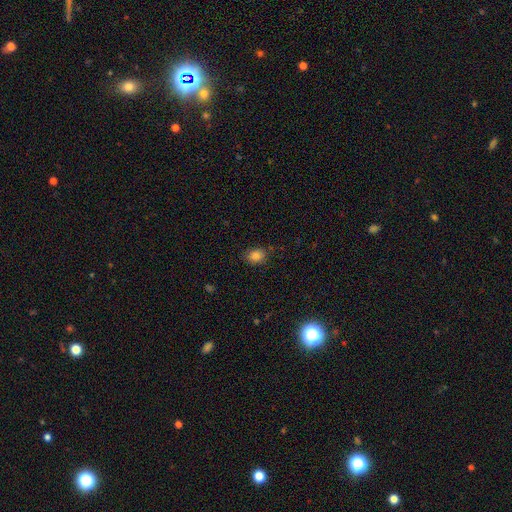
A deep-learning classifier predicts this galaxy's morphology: Q: Smooth or featured?
A: smooth (84%); runner-up: star or artifact (11%)
Q: How rounded?
A: in between (65%); runner-up: round (34%)
Q: Merging?
A: none (81%); runner-up: minor disturbance (14%)